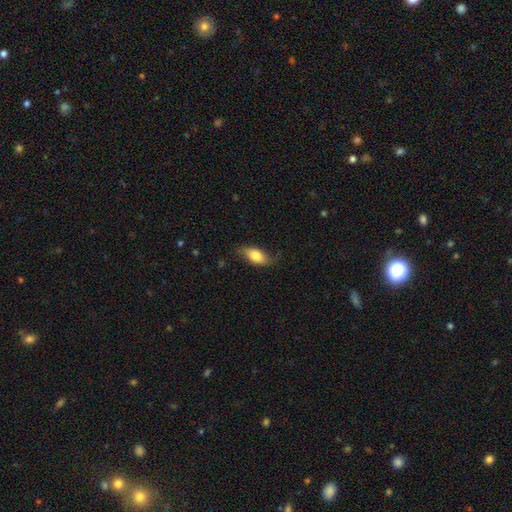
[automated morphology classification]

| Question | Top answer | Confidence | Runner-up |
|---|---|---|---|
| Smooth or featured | smooth | 76% | featured or disk (17%) |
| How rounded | in between | 86% | cigar-shaped (10%) |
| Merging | none | 70% | minor disturbance (23%) |